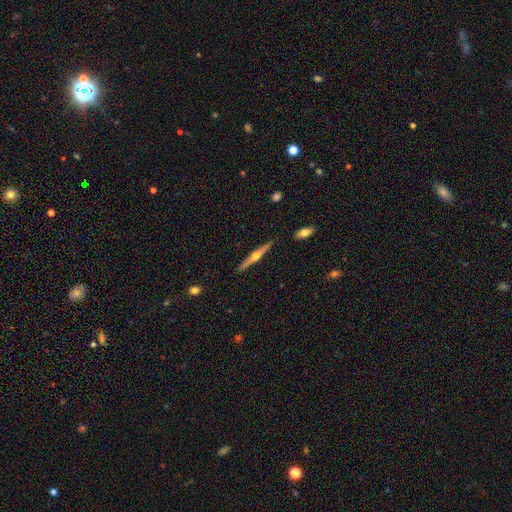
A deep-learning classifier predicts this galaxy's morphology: Smooth or featured? featured or disk (75%)
Edge-on disk? yes (98%)
Edge-on bulge? rounded (94%)
Merging? none (90%)